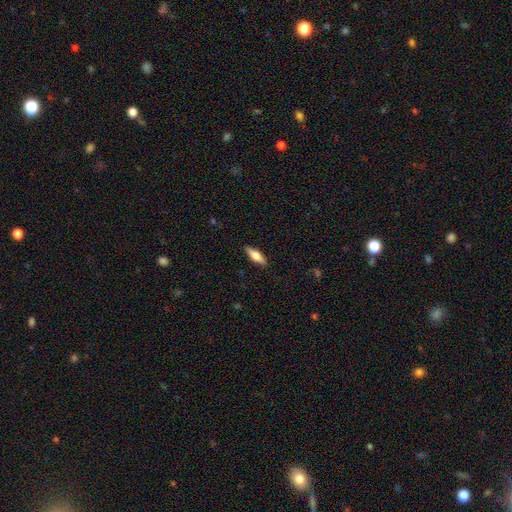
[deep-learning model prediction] The model was most divided on "how rounded": in between: 49%, cigar-shaped: 48%, round: 3%. More confident: merging — none (88%); smooth or featured — smooth (55%).